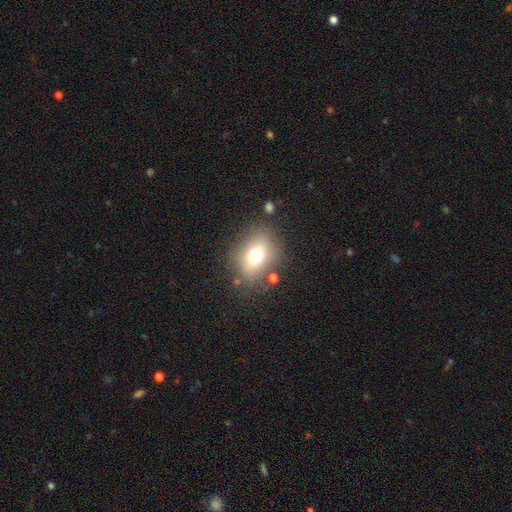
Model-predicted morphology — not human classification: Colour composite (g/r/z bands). It shows a smooth galaxy with no disk features (70%) that is in between round and cigar-shaped (60%). Merging: none (75%).